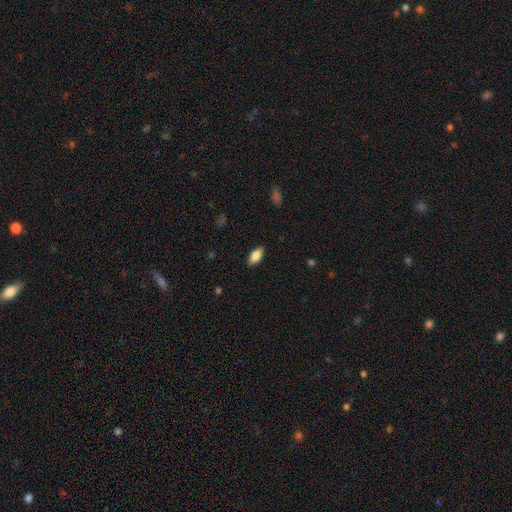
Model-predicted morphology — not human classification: A smooth galaxy with no disk features (82%) that is in between round and cigar-shaped (89%). Merging: none (87%).